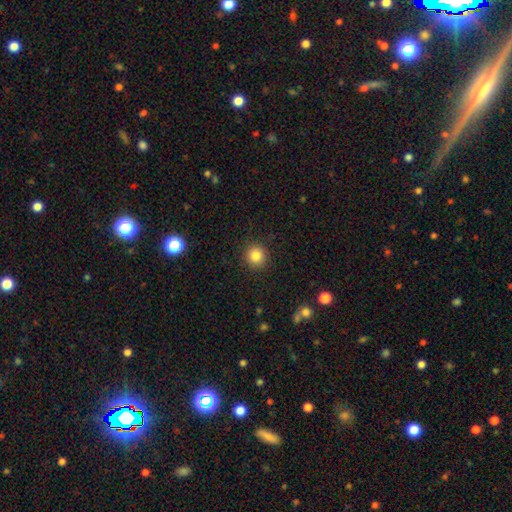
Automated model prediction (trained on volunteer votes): A smooth galaxy with no disk features (83%) that is round (92%).

Vote fractions:
- Smooth or featured? smooth: 83% / star or artifact: 11% / featured or disk: 6%
- How rounded? round: 92% / in between: 7% / cigar-shaped: 1%
- Merging? none: 91% / minor disturbance: 6% / major disturbance: 2% / merger: 1%